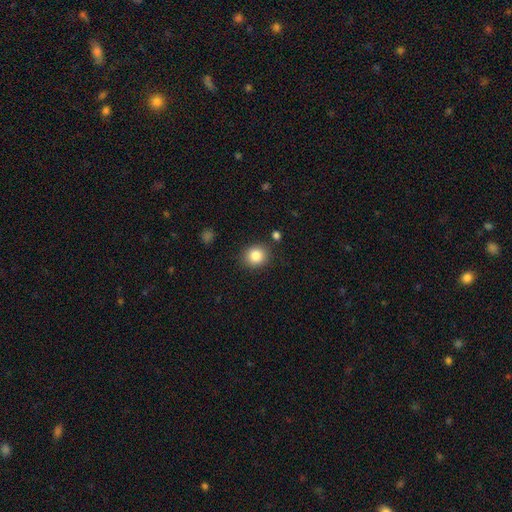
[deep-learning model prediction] Smooth or featured? smooth (84%)
How rounded? round (79%)
Merging? none (86%)